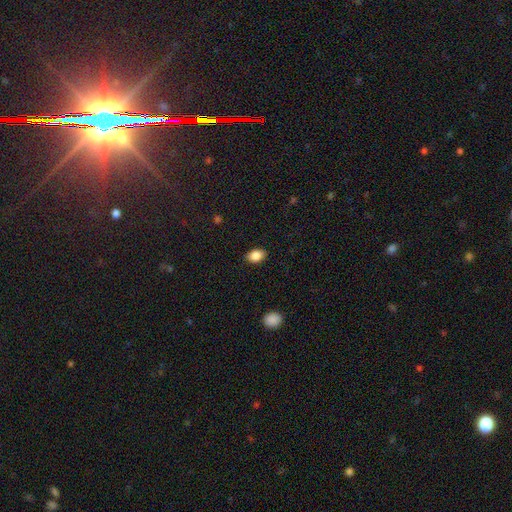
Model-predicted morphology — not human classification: smooth_or_featured: smooth (p=0.86) [alt: star or artifact p=0.08]
how_rounded: in between (p=0.84) [alt: round p=0.15]
merging: none (p=0.88) [alt: minor disturbance p=0.09]